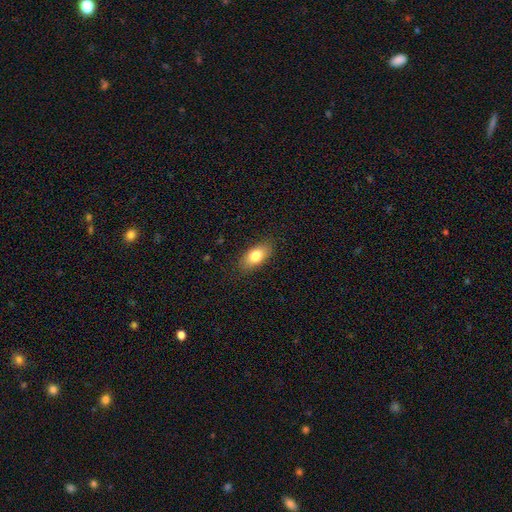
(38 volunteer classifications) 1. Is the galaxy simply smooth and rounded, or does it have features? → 76% smooth, 21% featured or disk, 3% star or artifact.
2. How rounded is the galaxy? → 93% in between, 7% cigar-shaped, 0% round.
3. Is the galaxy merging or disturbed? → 78% none, 16% minor disturbance, 5% major disturbance, 0% merger.